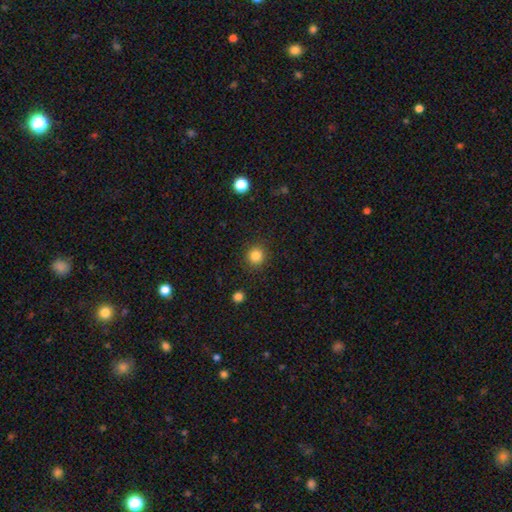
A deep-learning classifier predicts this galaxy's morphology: Q: Smooth or featured?
A: smooth (84%); runner-up: star or artifact (11%)
Q: How rounded?
A: round (93%); runner-up: in between (6%)
Q: Merging?
A: none (91%); runner-up: minor disturbance (6%)